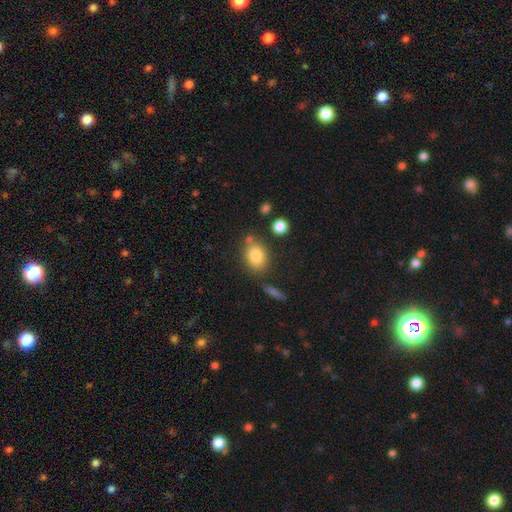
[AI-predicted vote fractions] A smooth galaxy with no disk features (83%) that is in between round and cigar-shaped (67%).

Vote fractions:
- Smooth or featured? smooth: 83% / star or artifact: 9% / featured or disk: 9%
- How rounded? in between: 67% / round: 31% / cigar-shaped: 2%
- Merging? none: 70% / minor disturbance: 15% / merger: 11% / major disturbance: 5%